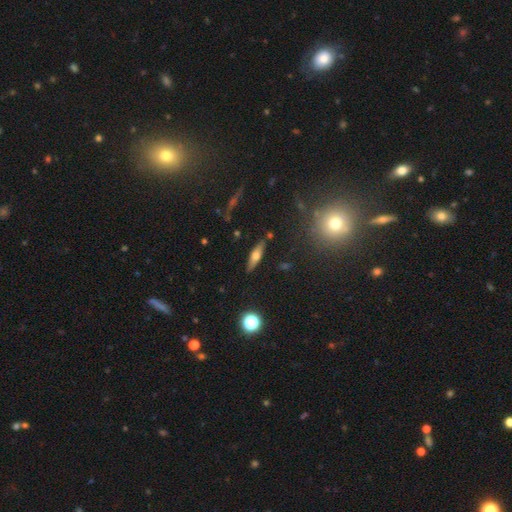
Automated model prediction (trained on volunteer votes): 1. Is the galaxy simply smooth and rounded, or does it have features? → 48% smooth, 43% featured or disk, 9% star or artifact.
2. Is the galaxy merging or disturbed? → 86% none, 10% minor disturbance, 2% major disturbance, 2% merger.